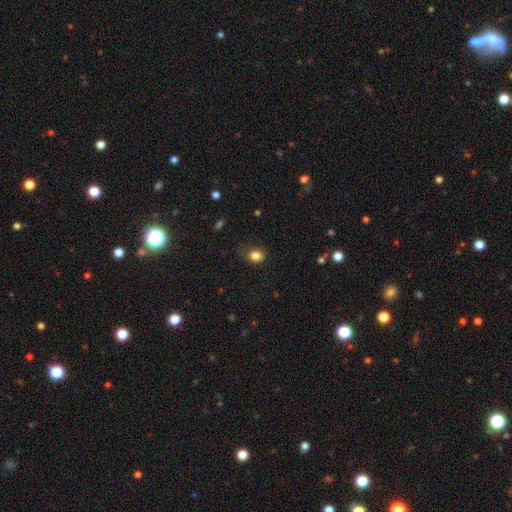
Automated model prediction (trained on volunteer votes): This is clearly a smooth galaxy (84%). How rounded: likely in between (61%). Merging: likely none (62%).